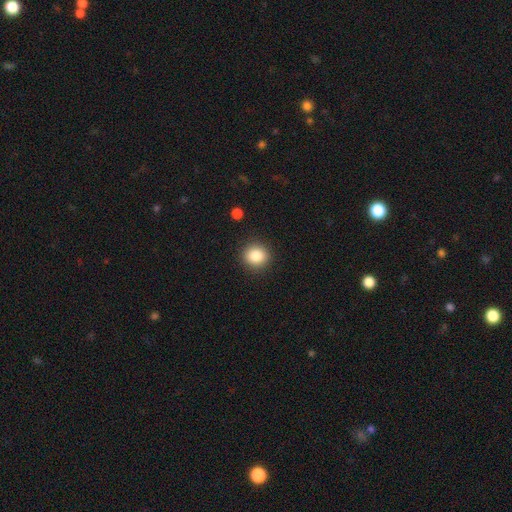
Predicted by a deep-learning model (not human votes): A smooth galaxy with no disk features (84%) that is round (88%). Merging: none (90%).